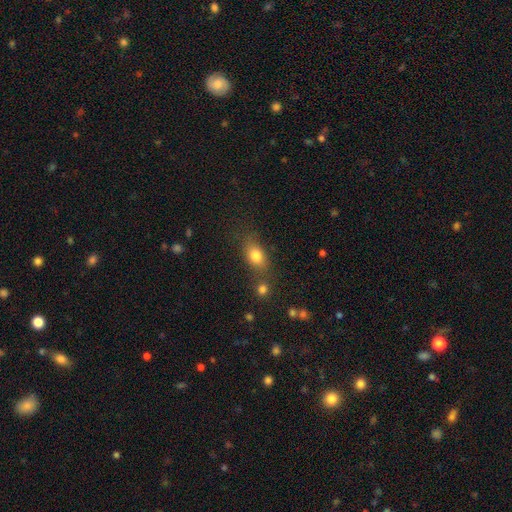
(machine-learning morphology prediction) Smooth or featured? Predicted: smooth (p=0.80). How rounded? Predicted: in between (p=0.76). Merging? Predicted: none (p=0.63).